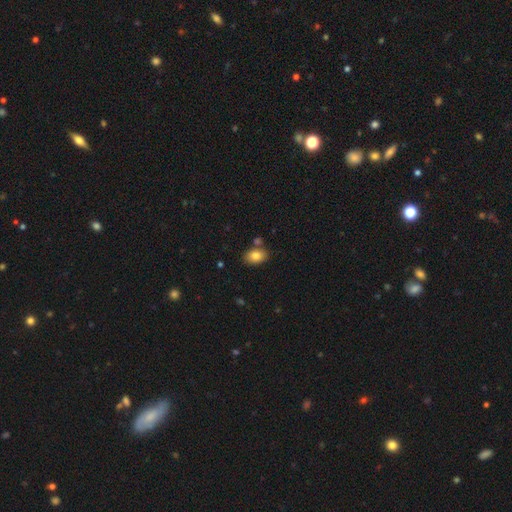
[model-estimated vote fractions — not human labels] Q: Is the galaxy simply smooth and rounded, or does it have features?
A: smooth — 81%.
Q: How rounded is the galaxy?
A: in between — 81%.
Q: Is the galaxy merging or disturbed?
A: none — 74%.